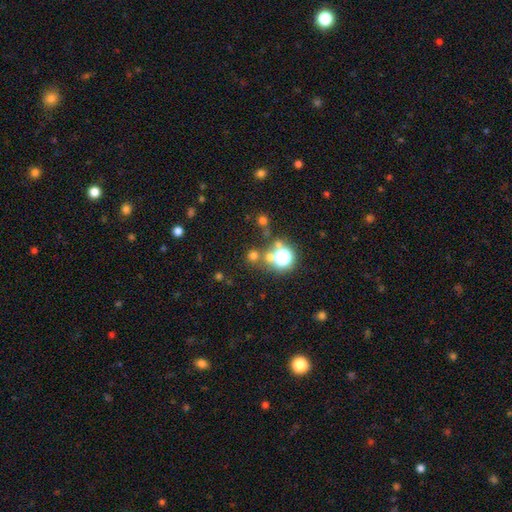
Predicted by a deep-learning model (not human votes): smooth_or_featured: star or artifact (p=0.60) [alt: smooth p=0.32]